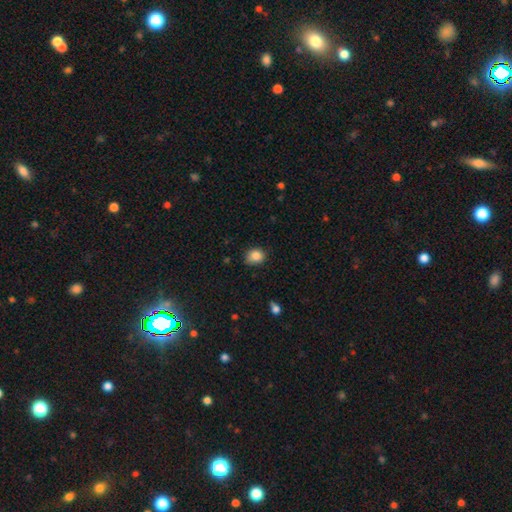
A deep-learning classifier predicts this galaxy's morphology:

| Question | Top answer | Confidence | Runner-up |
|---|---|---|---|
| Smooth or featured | smooth | 85% | star or artifact (10%) |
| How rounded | round | 63% | in between (36%) |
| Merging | none | 74% | minor disturbance (21%) |